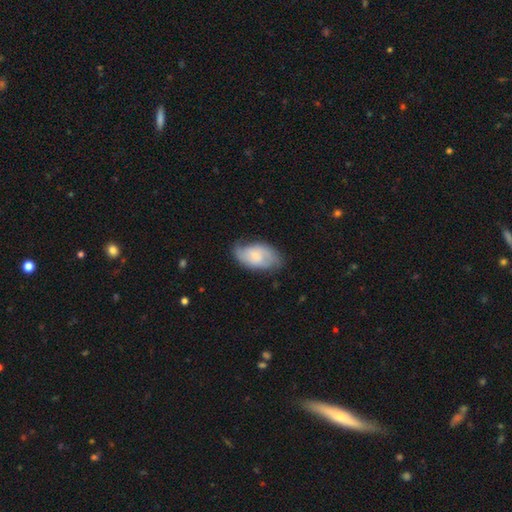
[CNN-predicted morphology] featured or disk 53%, smooth 40%, star or artifact 7%. Down the decision tree: edge-on disk — no (95%); bar — no (64%); spiral arms — yes (86%); bulge size — small (61%); merging — none (63%).